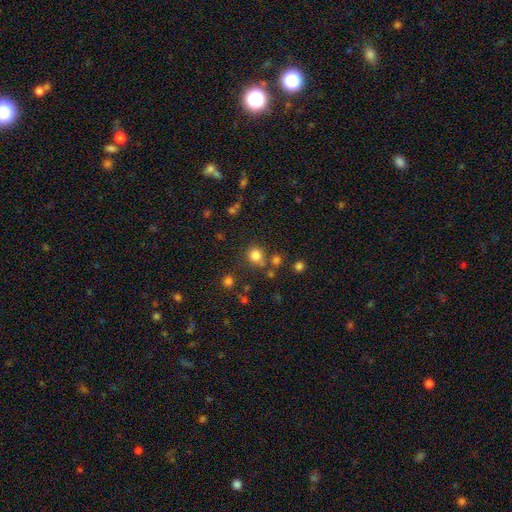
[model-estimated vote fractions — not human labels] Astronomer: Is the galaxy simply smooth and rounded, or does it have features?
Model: smooth — 79%.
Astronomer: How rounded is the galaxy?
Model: round — 89%.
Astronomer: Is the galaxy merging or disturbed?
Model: none — 74%.